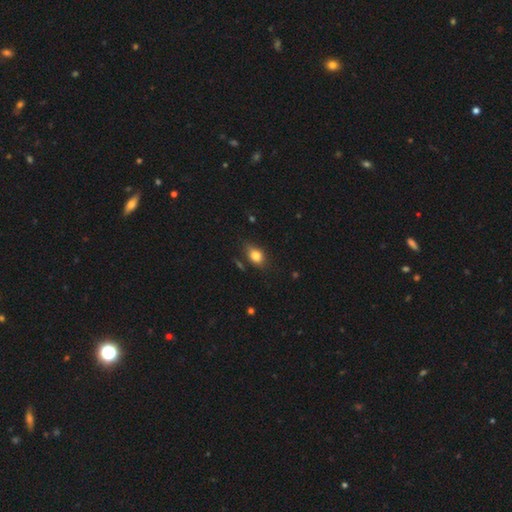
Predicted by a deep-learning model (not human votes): smooth-or-featured: smooth: 81% | star or artifact: 10% | featured or disk: 9%
  how-rounded: in between: 73% | round: 25% | cigar-shaped: 2%
  merging: none: 74% | minor disturbance: 19% | major disturbance: 4% | merger: 3%